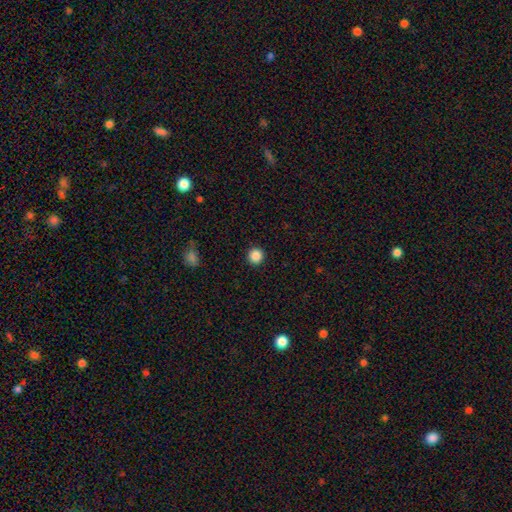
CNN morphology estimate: smooth 86%, star or artifact 11%, featured or disk 3%. Down the decision tree: how rounded — round (95%); merging — none (93%).